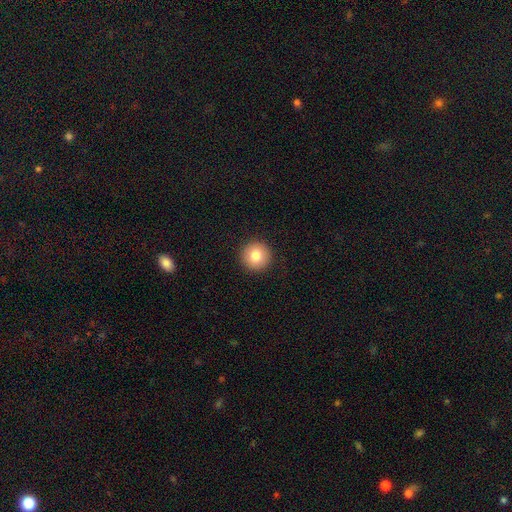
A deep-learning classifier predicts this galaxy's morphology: type=smooth (81%); roundness=round (96%); merging=none (93%).